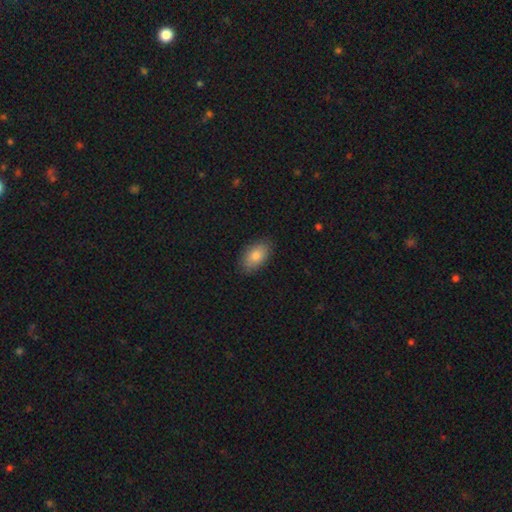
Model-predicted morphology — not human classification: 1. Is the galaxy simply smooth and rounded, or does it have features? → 82% smooth, 11% featured or disk, 7% star or artifact.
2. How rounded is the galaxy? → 92% in between, 6% round, 2% cigar-shaped.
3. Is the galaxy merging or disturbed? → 87% none, 10% minor disturbance, 2% major disturbance, 1% merger.